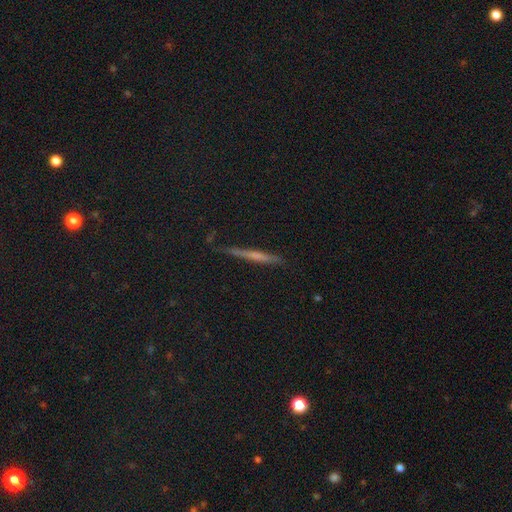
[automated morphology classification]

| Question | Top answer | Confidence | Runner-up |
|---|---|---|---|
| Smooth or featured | featured or disk | 53% | smooth (34%) |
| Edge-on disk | yes | 96% | no (4%) |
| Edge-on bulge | none | 48% | rounded (44%) |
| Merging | none | 83% | minor disturbance (13%) |